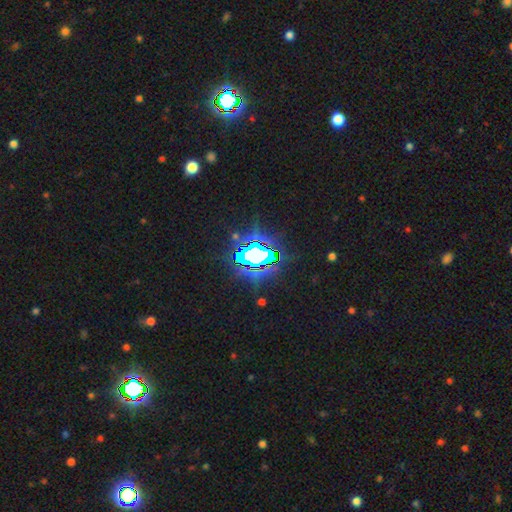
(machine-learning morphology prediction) type=star or artifact (74%).